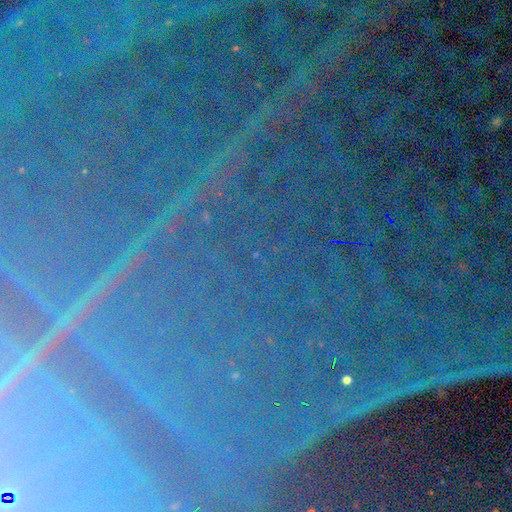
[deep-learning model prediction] This is clearly a star or artifact rather than a galaxy (88%).